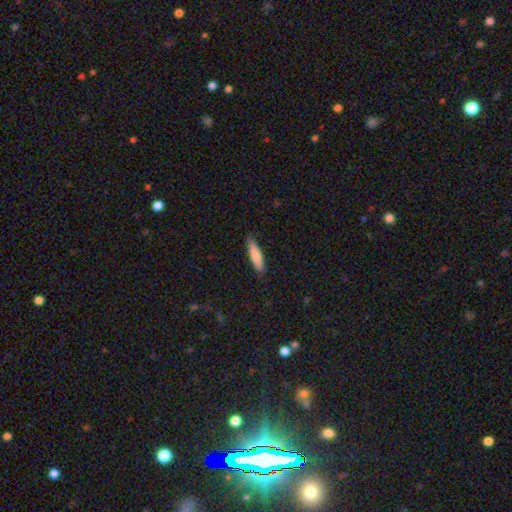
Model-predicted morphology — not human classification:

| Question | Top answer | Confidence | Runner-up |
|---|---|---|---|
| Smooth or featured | smooth | 82% | featured or disk (13%) |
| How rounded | cigar-shaped | 67% | in between (31%) |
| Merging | none | 82% | minor disturbance (14%) |